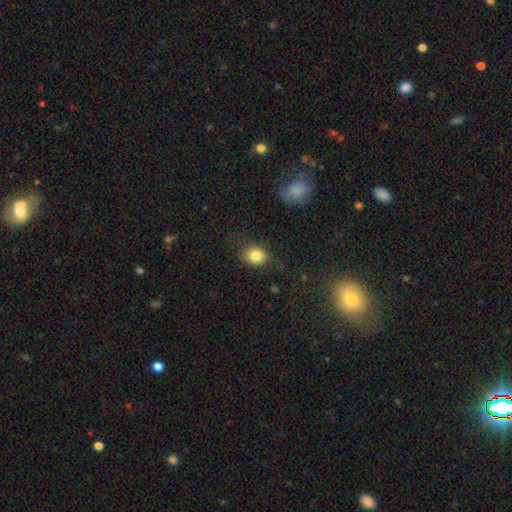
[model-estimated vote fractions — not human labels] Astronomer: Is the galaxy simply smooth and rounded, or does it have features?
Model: smooth — 82%.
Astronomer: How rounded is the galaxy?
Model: round — 56% (runner-up: in between, 43%).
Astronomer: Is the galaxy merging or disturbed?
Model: none — 78%.